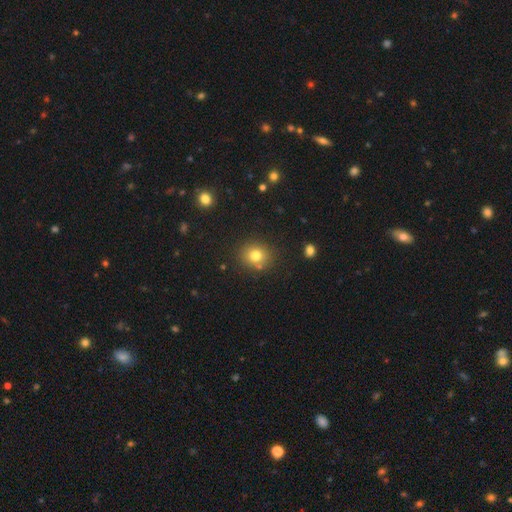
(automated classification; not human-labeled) smooth-or-featured: smooth: 77% | star or artifact: 14% | featured or disk: 9%
  how-rounded: round: 77% | in between: 22% | cigar-shaped: 1%
  merging: none: 81% | minor disturbance: 10% | merger: 6% | major disturbance: 3%